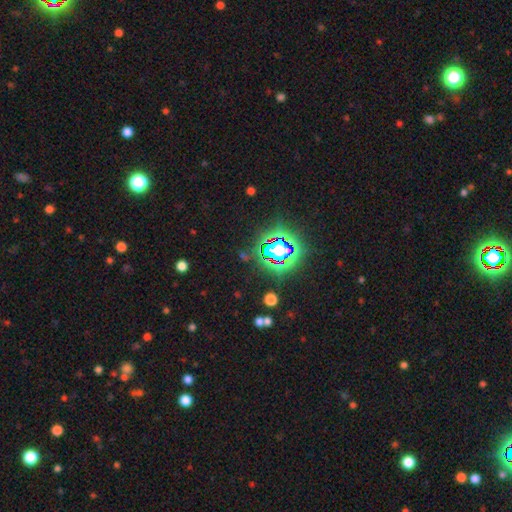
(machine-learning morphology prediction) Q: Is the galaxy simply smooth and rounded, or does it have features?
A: star or artifact — 81%.